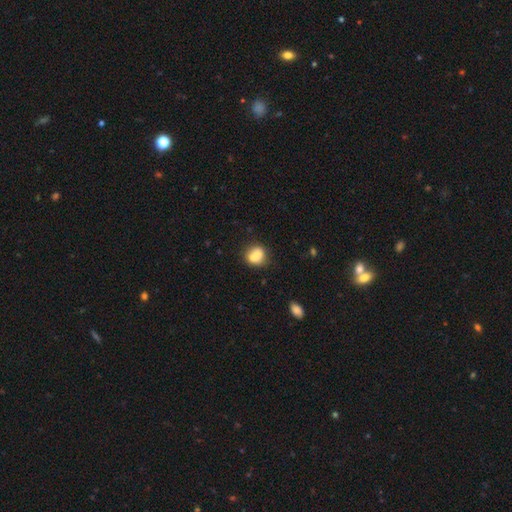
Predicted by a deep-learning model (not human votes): This appears to be a smooth galaxy with no disk features (74%) that is round (71%). Merging: merger (42%).